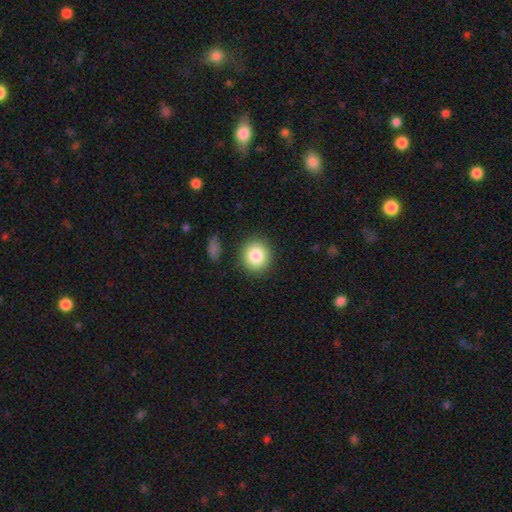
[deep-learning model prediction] Smooth or featured? Predicted: smooth (p=0.84). How rounded? Predicted: round (p=0.89). Merging? Predicted: none (p=0.88).